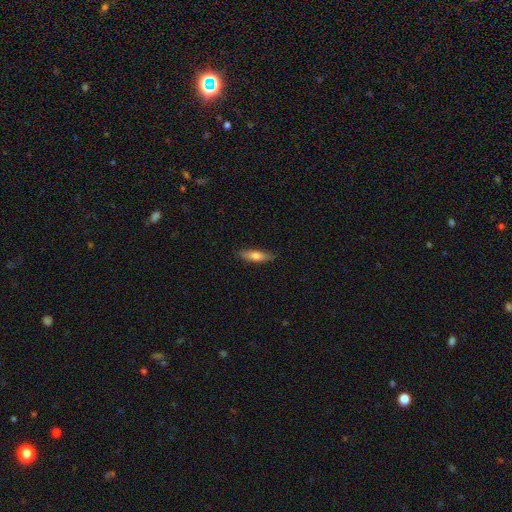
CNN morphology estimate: smooth-or-featured: smooth: 70% | featured or disk: 24% | star or artifact: 6%
  how-rounded: cigar-shaped: 61% | in between: 37% | round: 2%
  merging: none: 86% | minor disturbance: 11% | major disturbance: 2% | merger: 1%